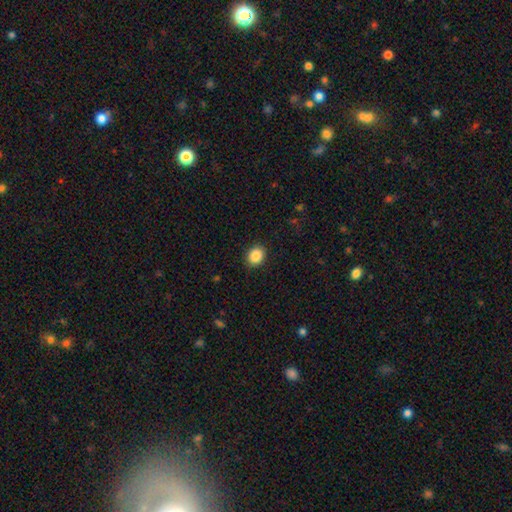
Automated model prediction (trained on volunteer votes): smooth 88%, star or artifact 9%, featured or disk 3%. Down the decision tree: how rounded — round (57%); merging — none (89%).